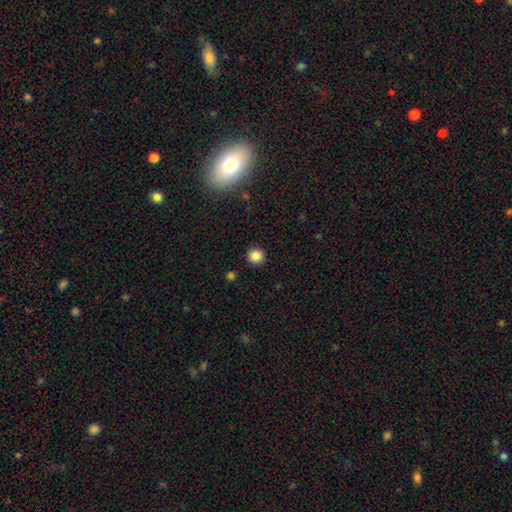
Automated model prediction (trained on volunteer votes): Smooth or featured: smooth — 85% (star or artifact — 11%)
How rounded: round — 94% (in between — 5%)
Merging: none — 91% (minor disturbance — 6%)